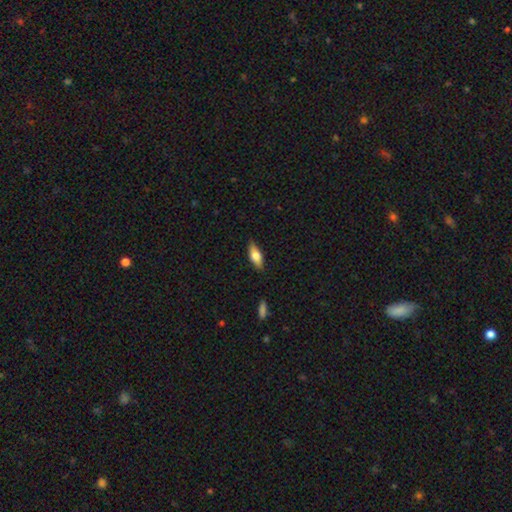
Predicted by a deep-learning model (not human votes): Q: Smooth or featured?
A: smooth (64%); runner-up: featured or disk (29%)
Q: How rounded?
A: in between (73%); runner-up: cigar-shaped (24%)
Q: Merging?
A: none (85%); runner-up: minor disturbance (11%)